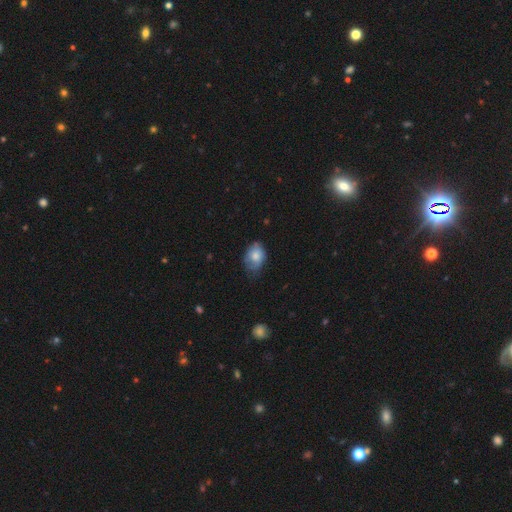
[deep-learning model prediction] This appears to be a smooth galaxy with no disk features (70%) that is in between round and cigar-shaped (77%). Merging: none (50%).